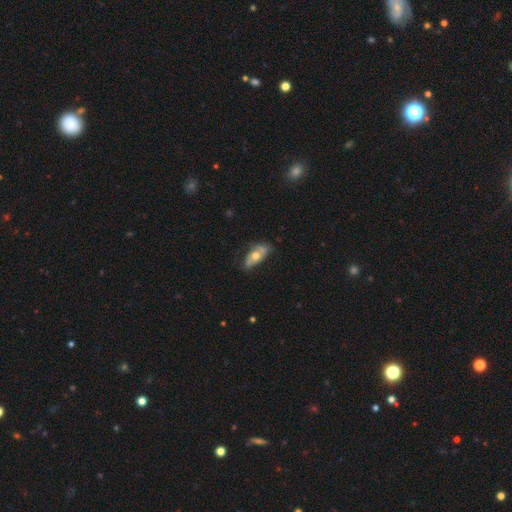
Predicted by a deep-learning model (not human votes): A smooth galaxy with no disk features (48%). Merging: none (53%).